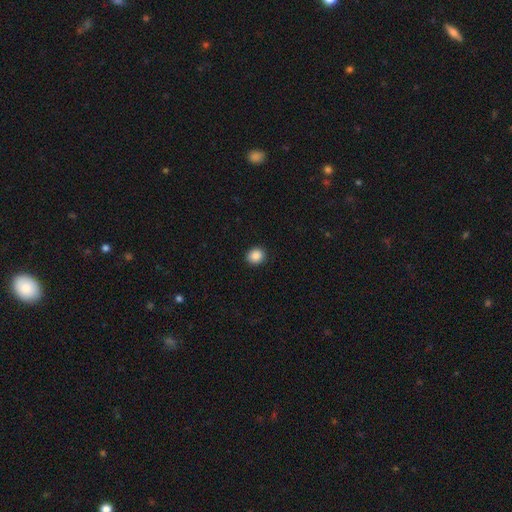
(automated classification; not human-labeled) Smooth or featured? Predicted: smooth (p=0.88). How rounded? Predicted: round (p=0.78). Merging? Predicted: none (p=0.91).